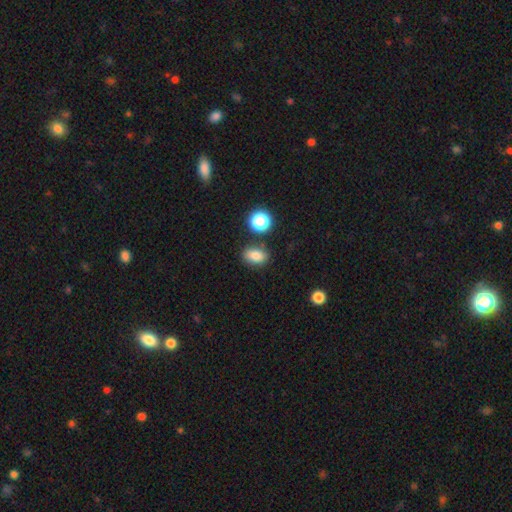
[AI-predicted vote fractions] Smooth or featured? Predicted: smooth (p=0.82). How rounded? Predicted: in between (p=0.80). Merging? Predicted: none (p=0.80).